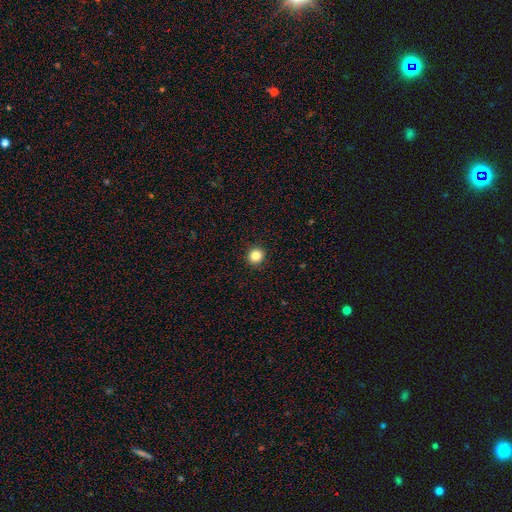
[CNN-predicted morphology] This is clearly a smooth galaxy (85%). How rounded: clearly round (93%). Merging: clearly none (93%).